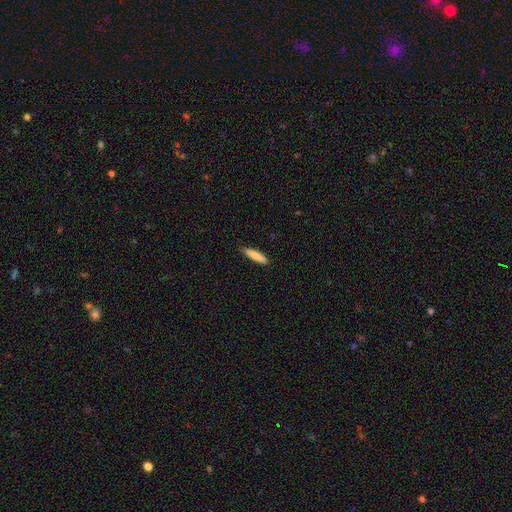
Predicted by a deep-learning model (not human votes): Smooth or featured?
  - smooth: 82% *
  - featured or disk: 13%
  - star or artifact: 6%
How rounded?
  - cigar-shaped: 77% *
  - in between: 21%
  - round: 1%
Merging?
  - none: 88% *
  - minor disturbance: 10%
  - major disturbance: 2%
  - merger: 1%